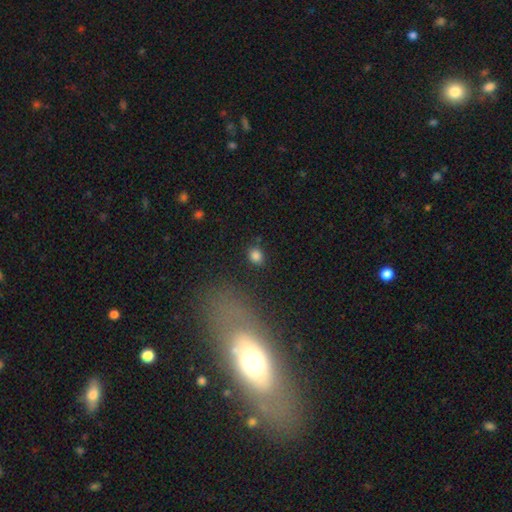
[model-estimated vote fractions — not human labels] Smooth or featured? smooth (83%)
How rounded? round (61%)
Merging? none (85%)